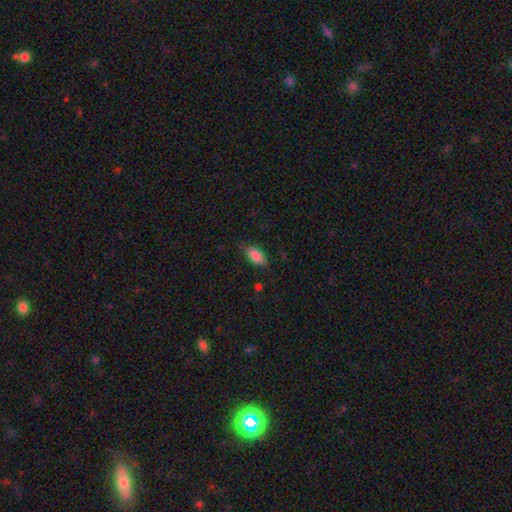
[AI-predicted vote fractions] This is clearly a smooth galaxy (86%). How rounded: clearly in between (91%). Merging: likely none (73%).